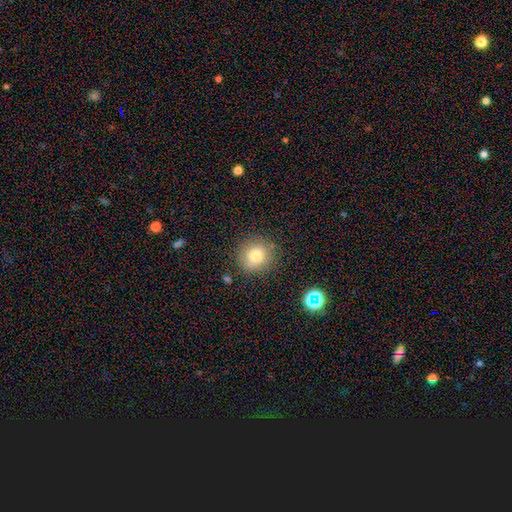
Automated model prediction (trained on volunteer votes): This is likely a smooth galaxy (78%). How rounded: clearly round (89%). Merging: clearly none (84%).